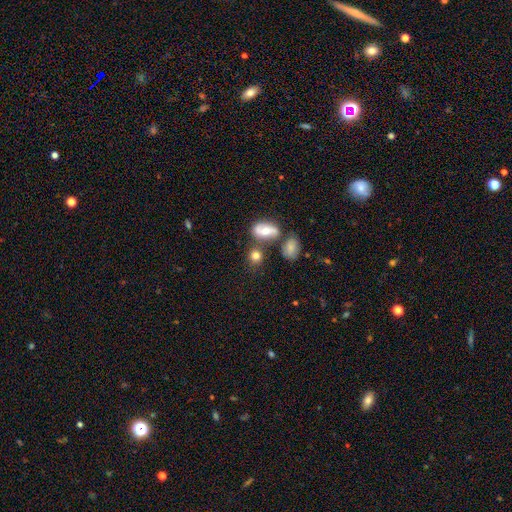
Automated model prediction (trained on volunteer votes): A smooth galaxy with no disk features (75%) that is round (65%). Merging: none (63%).